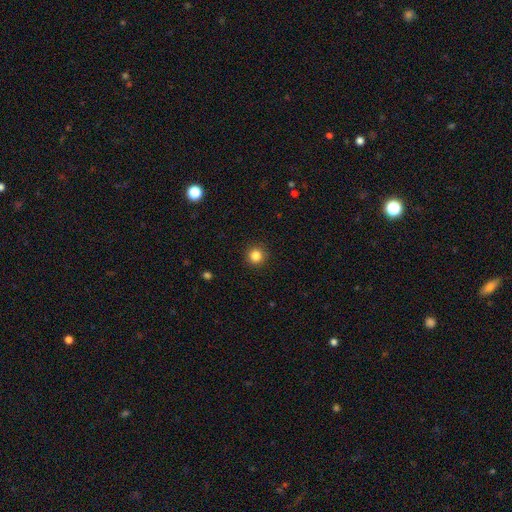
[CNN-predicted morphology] Smooth or featured?
  - smooth: 84% *
  - star or artifact: 12%
  - featured or disk: 5%
How rounded?
  - round: 95% *
  - in between: 4%
  - cigar-shaped: 1%
Merging?
  - none: 92% *
  - minor disturbance: 5%
  - major disturbance: 2%
  - merger: 1%